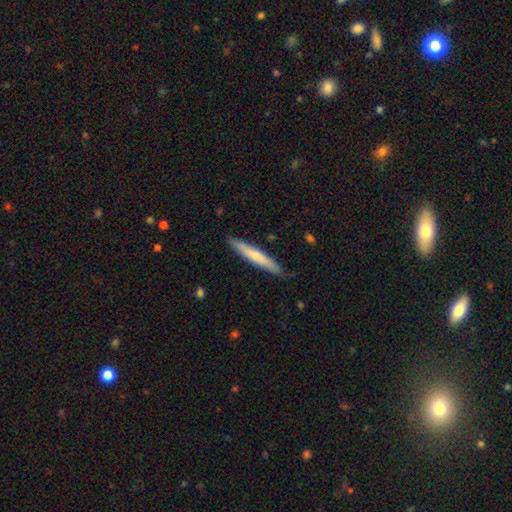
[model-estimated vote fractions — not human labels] smooth 64%, featured or disk 31%, star or artifact 5%. Down the decision tree: how rounded — cigar-shaped (94%); merging — none (87%).